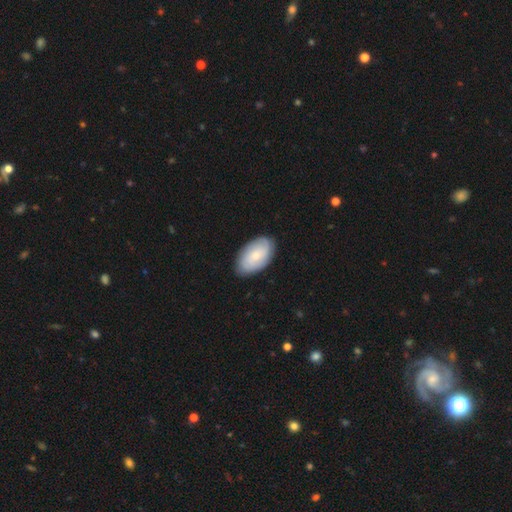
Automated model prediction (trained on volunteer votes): Smooth or featured?
  - smooth: 59% *
  - featured or disk: 35%
  - star or artifact: 6%
How rounded?
  - in between: 94% *
  - round: 5%
  - cigar-shaped: 2%
Merging?
  - none: 84% *
  - minor disturbance: 12%
  - major disturbance: 3%
  - merger: 1%